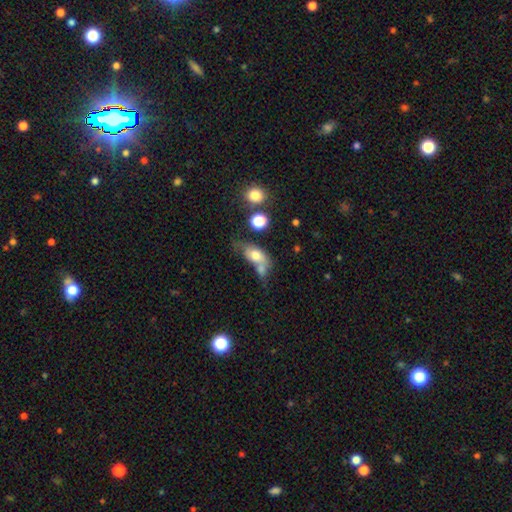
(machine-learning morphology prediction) Q: Smooth or featured?
A: smooth (68%); runner-up: featured or disk (22%)
Q: How rounded?
A: in between (78%); runner-up: round (16%)
Q: Merging?
A: merger (44%); runner-up: none (25%)